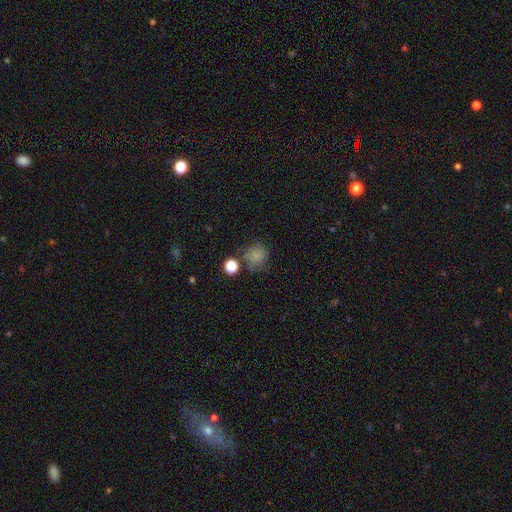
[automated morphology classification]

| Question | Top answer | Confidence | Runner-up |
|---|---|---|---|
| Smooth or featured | smooth | 76% | star or artifact (13%) |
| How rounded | round | 82% | in between (17%) |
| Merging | none | 65% | minor disturbance (18%) |